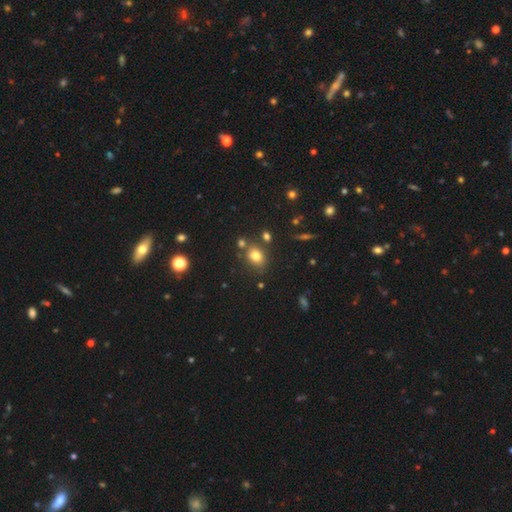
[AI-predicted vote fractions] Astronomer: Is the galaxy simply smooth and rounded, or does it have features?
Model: smooth — 77%.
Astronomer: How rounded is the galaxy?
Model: in between — 58% (runner-up: round, 41%).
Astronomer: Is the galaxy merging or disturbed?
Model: none — 74%.